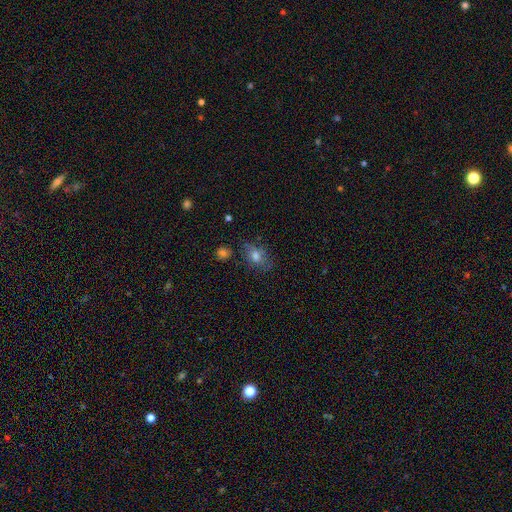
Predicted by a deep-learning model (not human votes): smooth 63%, featured or disk 23%, star or artifact 14%. Down the decision tree: how rounded — in between (72%); merging — none (62%).